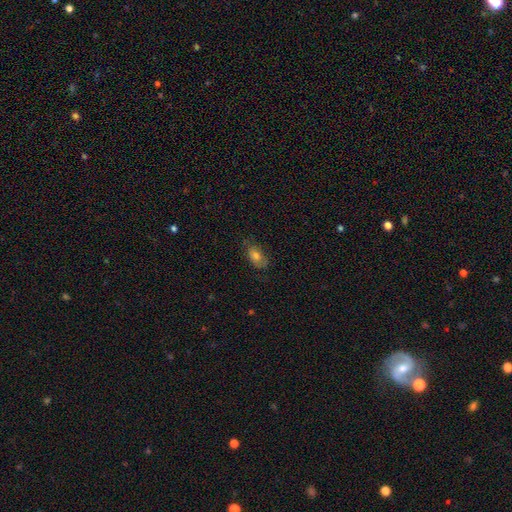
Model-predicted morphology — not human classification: Smooth or featured: smooth — 63% (featured or disk — 27%)
How rounded: in between — 88% (round — 9%)
Merging: none — 72% (minor disturbance — 21%)